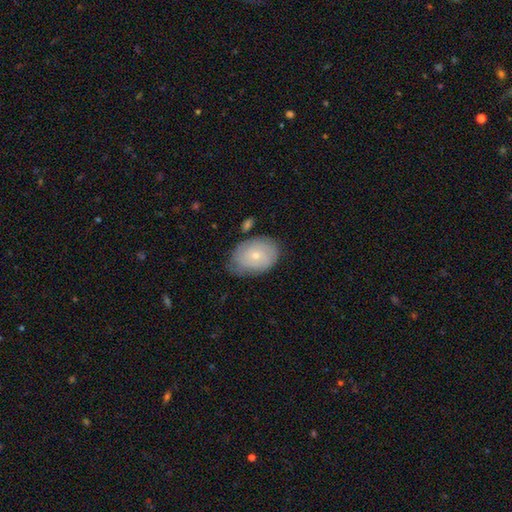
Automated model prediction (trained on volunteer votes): smooth-or-featured: smooth: 58% | featured or disk: 35% | star or artifact: 7%
  how-rounded: in between: 77% | round: 22% | cigar-shaped: 1%
  merging: none: 62% | minor disturbance: 28% | major disturbance: 7% | merger: 4%